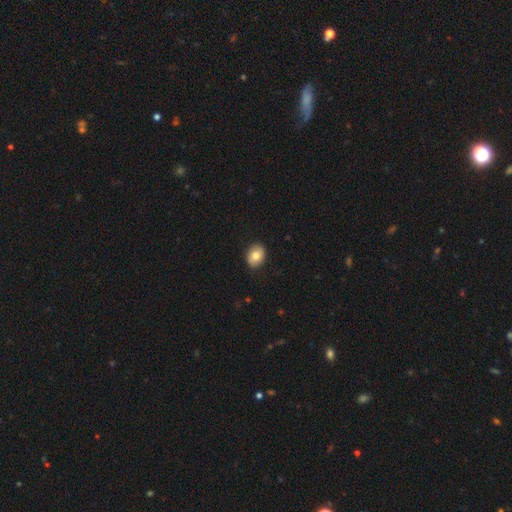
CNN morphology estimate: A smooth galaxy with no disk features (79%) that is in between round and cigar-shaped (56%).

Vote fractions:
- Smooth or featured? smooth: 79% / featured or disk: 13% / star or artifact: 8%
- How rounded? in between: 56% / round: 43% / cigar-shaped: 1%
- Merging? none: 89% / minor disturbance: 8% / major disturbance: 2% / merger: 1%